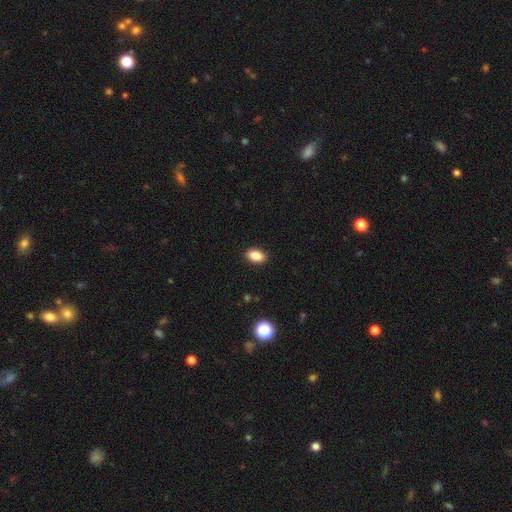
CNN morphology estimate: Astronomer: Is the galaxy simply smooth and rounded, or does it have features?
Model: smooth — 86%.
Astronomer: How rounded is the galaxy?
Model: in between — 89%.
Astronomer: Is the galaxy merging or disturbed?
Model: none — 90%.